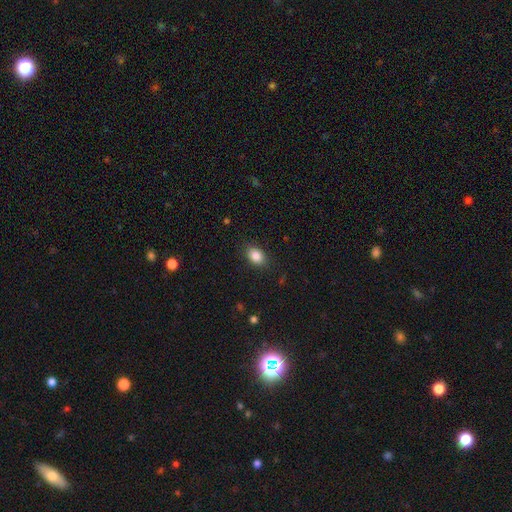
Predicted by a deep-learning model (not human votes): Smooth or featured? Predicted: smooth (p=0.86). How rounded? Predicted: in between (p=0.79). Merging? Predicted: none (p=0.87).